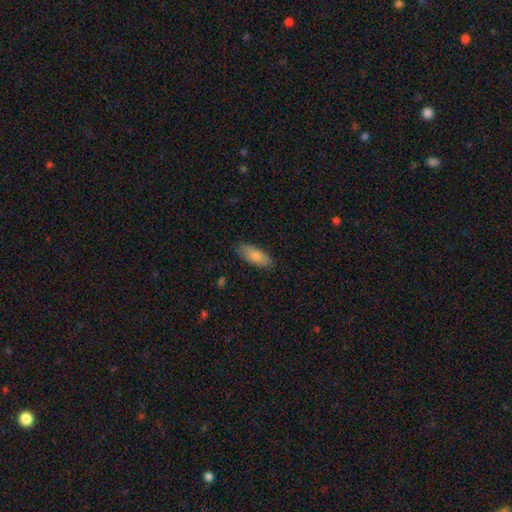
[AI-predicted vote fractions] Smooth or featured? smooth (84%)
How rounded? in between (80%)
Merging? none (80%)